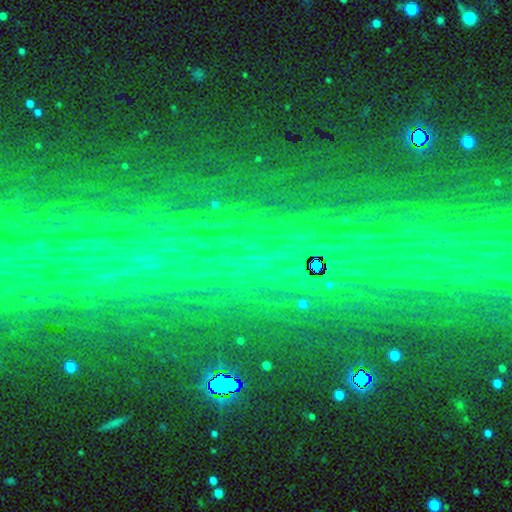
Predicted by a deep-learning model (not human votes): Smooth or featured? star or artifact (83%)